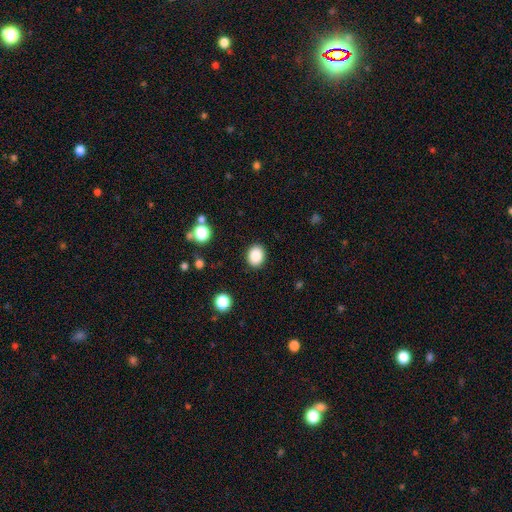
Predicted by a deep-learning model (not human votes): smooth 86%, star or artifact 9%, featured or disk 4%. Down the decision tree: how rounded — in between (51%); merging — none (89%).